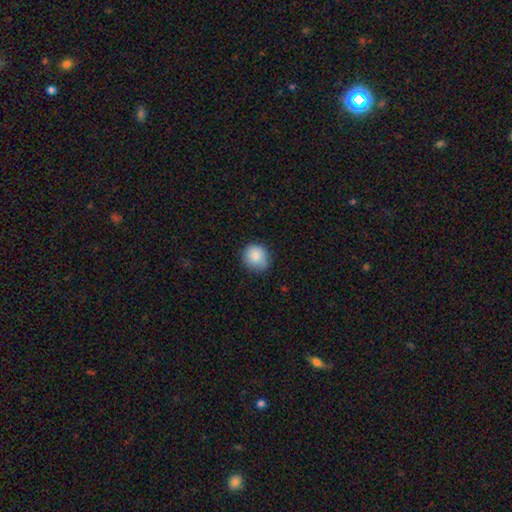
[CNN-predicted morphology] Smooth or featured? Predicted: smooth (p=0.88). How rounded? Predicted: round (p=0.82). Merging? Predicted: none (p=0.77).